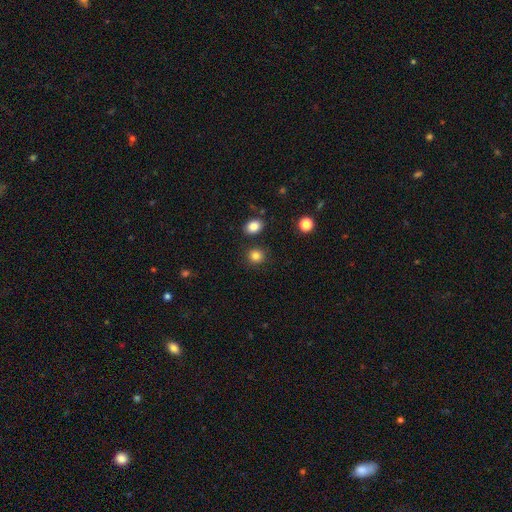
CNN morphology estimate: Overall: smooth (84%). How rounded: round (84%). Merging: none (85%).